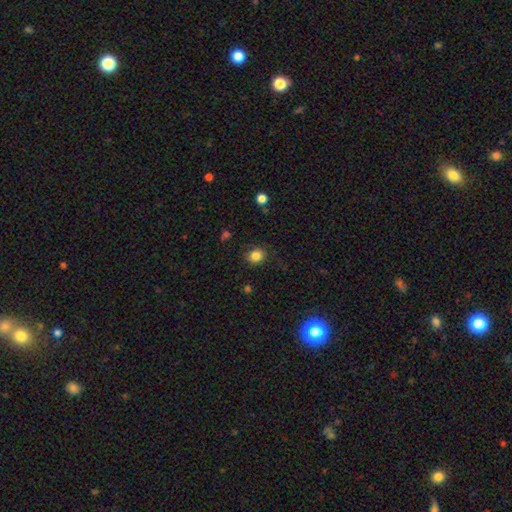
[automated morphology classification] Overall: smooth (84%). How rounded: round (83%). Merging: none (83%).